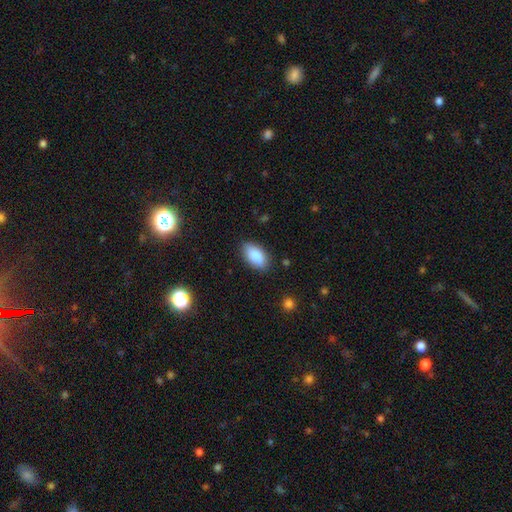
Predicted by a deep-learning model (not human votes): Smooth or featured?
  - smooth: 86% *
  - featured or disk: 7%
  - star or artifact: 7%
How rounded?
  - in between: 93% *
  - cigar-shaped: 4%
  - round: 3%
Merging?
  - none: 86% *
  - minor disturbance: 11%
  - major disturbance: 2%
  - merger: 1%